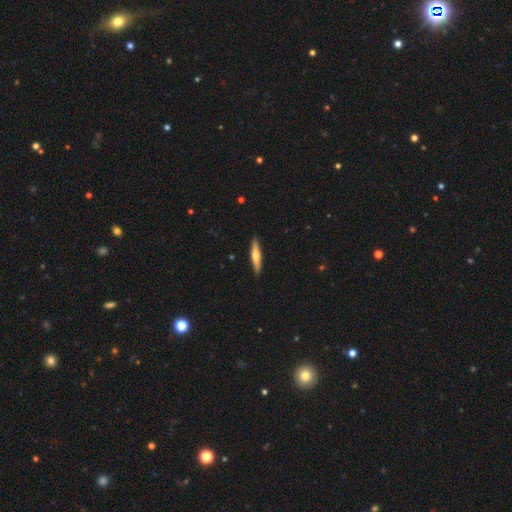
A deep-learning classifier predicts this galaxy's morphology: smooth 51%, featured or disk 44%, star or artifact 5%. Down the decision tree: how rounded — cigar-shaped (88%); merging — none (91%).